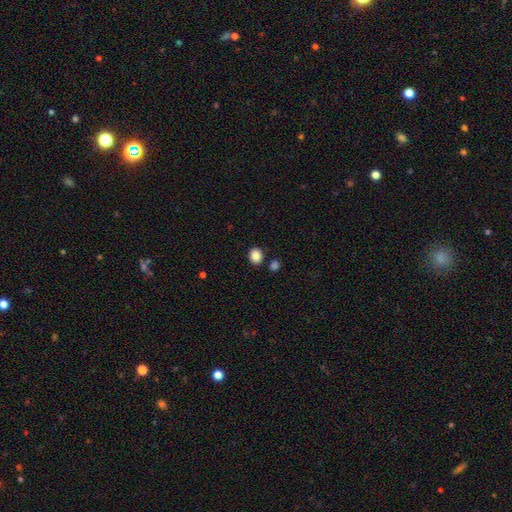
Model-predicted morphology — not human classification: Q: Smooth or featured?
A: smooth (86%); runner-up: star or artifact (9%)
Q: How rounded?
A: round (62%); runner-up: in between (38%)
Q: Merging?
A: none (85%); runner-up: minor disturbance (8%)